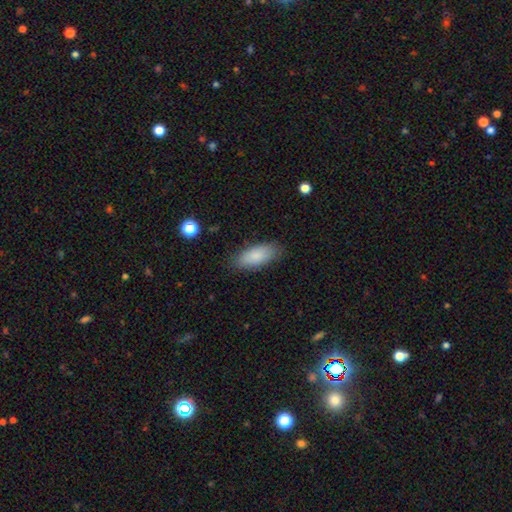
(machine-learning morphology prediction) smooth 85%, featured or disk 8%, star or artifact 6%. Down the decision tree: how rounded — in between (83%); merging — none (83%).